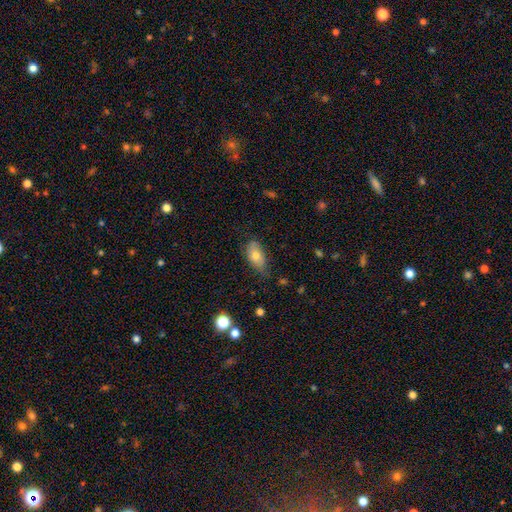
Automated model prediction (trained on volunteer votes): Smooth or featured: smooth — 73% (featured or disk — 19%)
How rounded: in between — 90% (round — 6%)
Merging: none — 63% (minor disturbance — 30%)